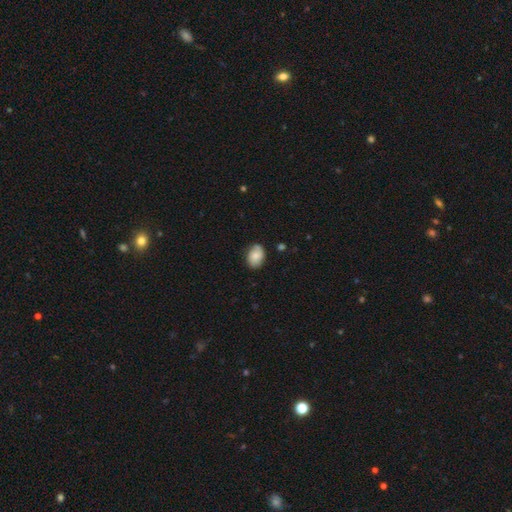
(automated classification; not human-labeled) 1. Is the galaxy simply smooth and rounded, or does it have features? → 70% smooth, 22% featured or disk, 8% star or artifact.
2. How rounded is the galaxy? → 77% in between, 22% round, 1% cigar-shaped.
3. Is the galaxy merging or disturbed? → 74% none, 20% minor disturbance, 4% major disturbance, 2% merger.